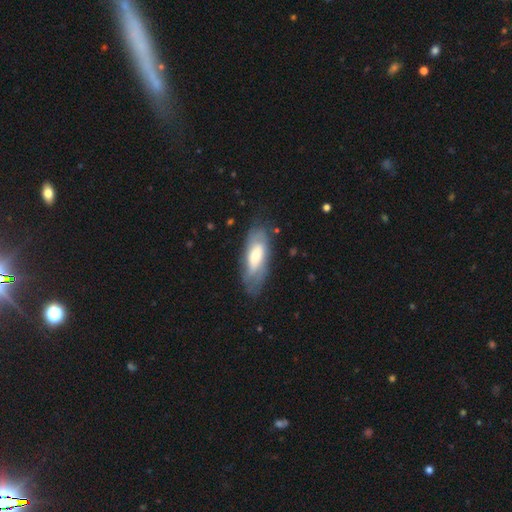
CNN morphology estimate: smooth-or-featured: smooth: 54% | featured or disk: 40% | star or artifact: 6%
  how-rounded: in between: 73% | cigar-shaped: 25% | round: 2%
  merging: none: 67% | minor disturbance: 21% | major disturbance: 10% | merger: 2%